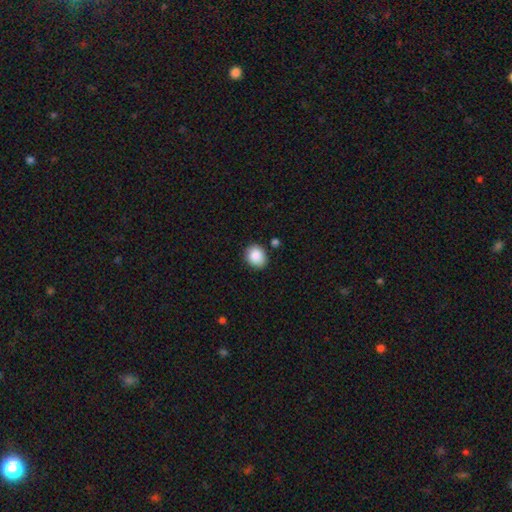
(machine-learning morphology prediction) smooth 88%, star or artifact 8%, featured or disk 4%. Down the decision tree: how rounded — round (65%); merging — none (83%).